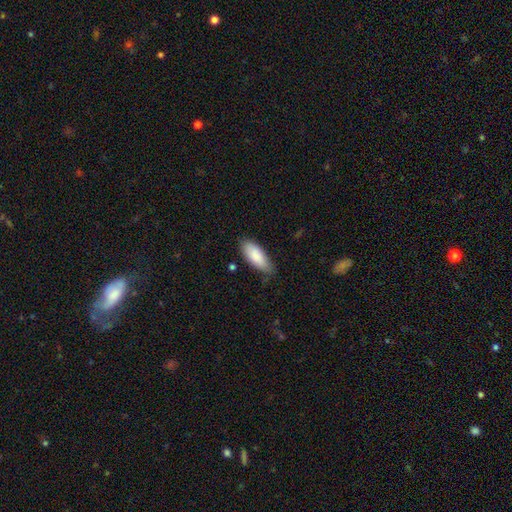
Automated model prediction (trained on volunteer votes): Smooth or featured?
  - smooth: 87% *
  - featured or disk: 8%
  - star or artifact: 5%
How rounded?
  - in between: 82% *
  - cigar-shaped: 16%
  - round: 2%
Merging?
  - none: 75% *
  - minor disturbance: 20%
  - major disturbance: 3%
  - merger: 1%